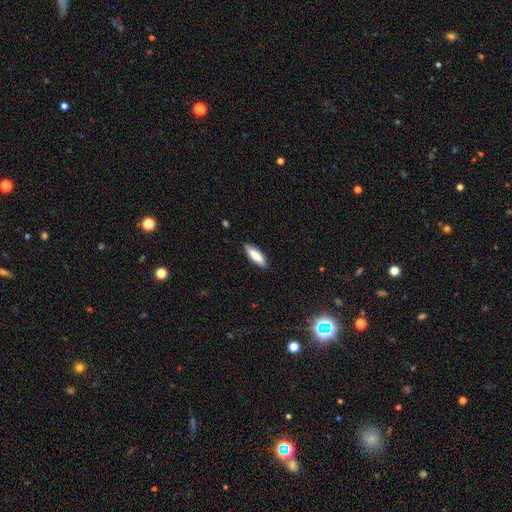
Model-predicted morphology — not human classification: Smooth or featured: smooth — 81% (featured or disk — 14%)
How rounded: cigar-shaped — 53% (in between — 45%)
Merging: none — 87% (minor disturbance — 10%)